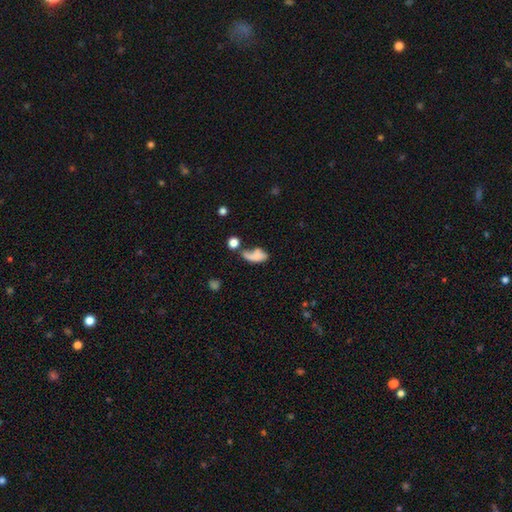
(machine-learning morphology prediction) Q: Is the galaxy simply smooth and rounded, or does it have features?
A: smooth — 63%.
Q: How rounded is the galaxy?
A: in between — 80%.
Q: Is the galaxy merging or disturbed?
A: major disturbance — 29%.